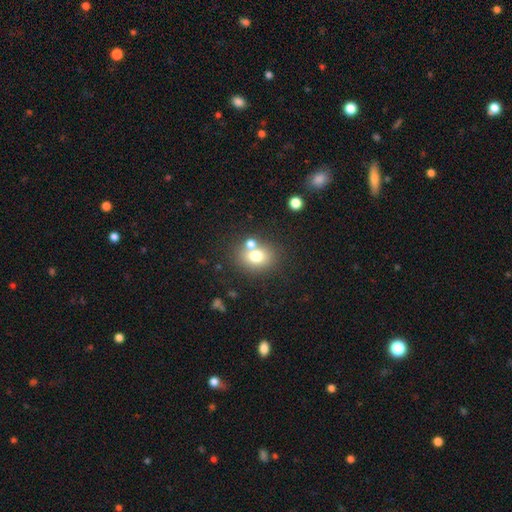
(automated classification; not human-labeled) smooth-or-featured: smooth: 73% | featured or disk: 13% | star or artifact: 13%
  how-rounded: round: 62% | in between: 37% | cigar-shaped: 1%
  merging: none: 64% | merger: 22% | minor disturbance: 10% | major disturbance: 4%